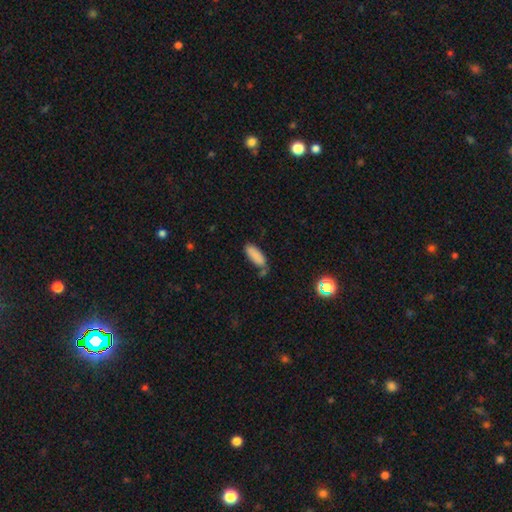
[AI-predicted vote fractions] Smooth or featured? smooth (86%)
How rounded? in between (67%)
Merging? none (58%)